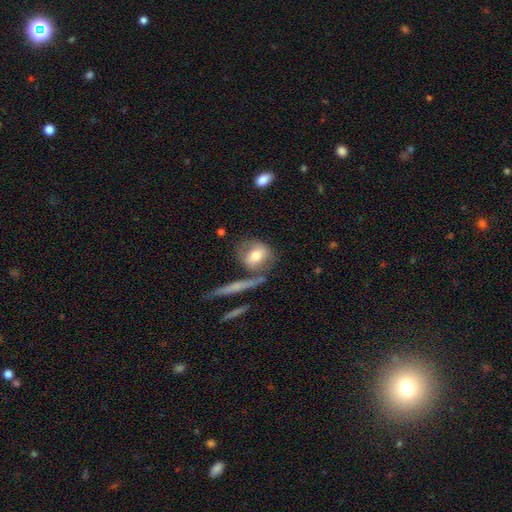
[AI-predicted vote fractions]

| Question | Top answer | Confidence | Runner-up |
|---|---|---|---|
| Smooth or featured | smooth | 65% | featured or disk (28%) |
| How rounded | round | 58% | in between (38%) |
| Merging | none | 51% | minor disturbance (21%) |